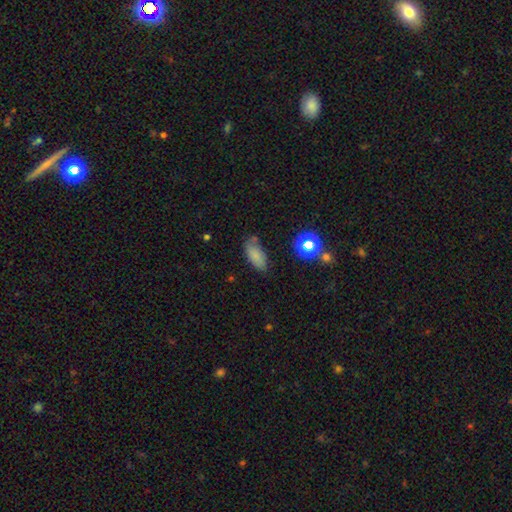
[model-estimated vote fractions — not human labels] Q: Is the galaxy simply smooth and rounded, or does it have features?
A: smooth — 77%.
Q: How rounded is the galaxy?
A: in between — 88%.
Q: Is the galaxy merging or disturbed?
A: none — 66%.